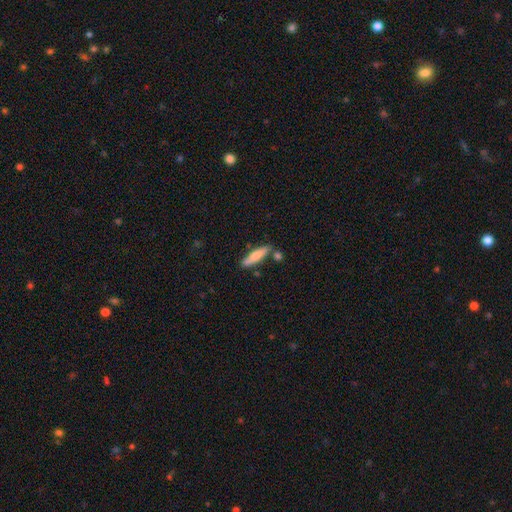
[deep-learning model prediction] Smooth or featured: smooth — 68% (featured or disk — 26%)
How rounded: cigar-shaped — 78% (in between — 20%)
Merging: none — 76% (minor disturbance — 13%)